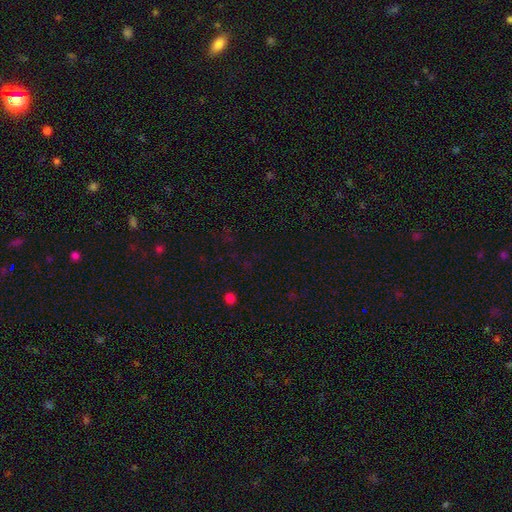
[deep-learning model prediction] Overall: star or artifact (65%; smooth 27%).